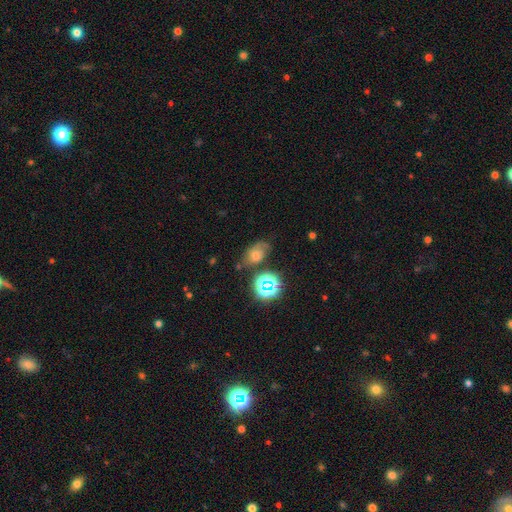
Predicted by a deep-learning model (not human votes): Q: Smooth or featured?
A: smooth (46%); runner-up: featured or disk (29%)
Q: Merging?
A: none (55%); runner-up: minor disturbance (28%)